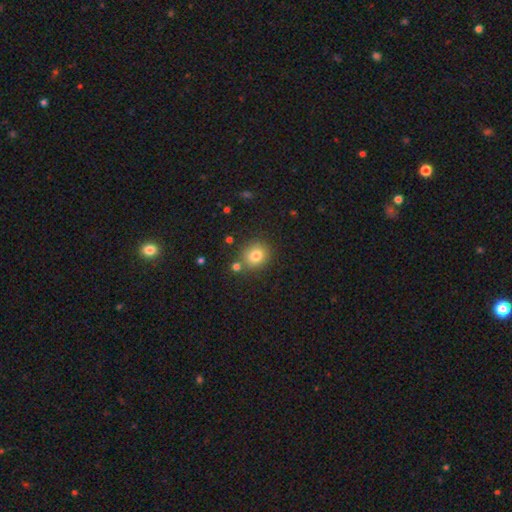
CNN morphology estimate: Smooth or featured? Predicted: smooth (p=0.80). How rounded? Predicted: round (p=0.82). Merging? Predicted: none (p=0.77).